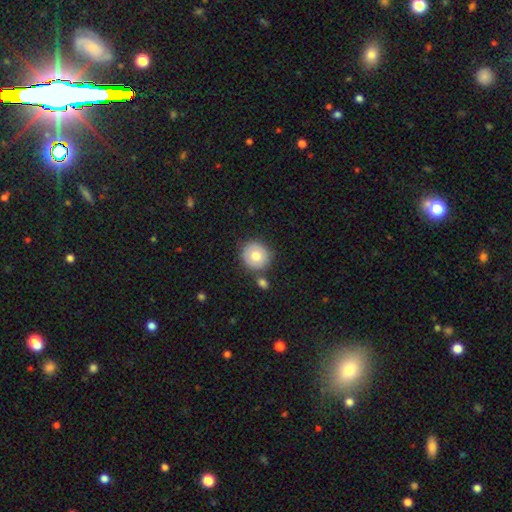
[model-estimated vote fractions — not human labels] A smooth galaxy with no disk features (75%) that is round (90%).

Vote fractions:
- Smooth or featured? smooth: 75% / featured or disk: 17% / star or artifact: 8%
- How rounded? round: 90% / in between: 9% / cigar-shaped: 1%
- Merging? none: 76% / merger: 10% / minor disturbance: 10% / major disturbance: 3%